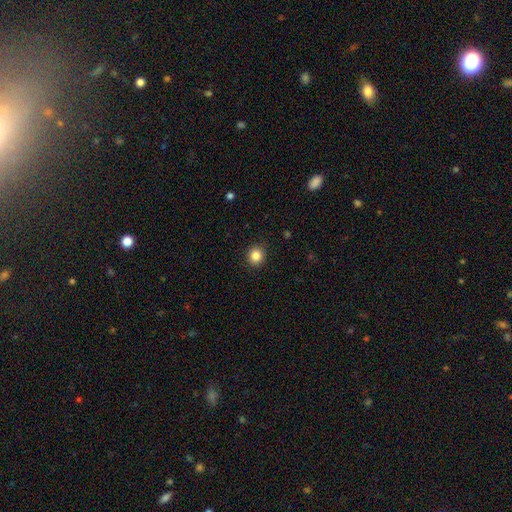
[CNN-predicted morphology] A smooth galaxy with no disk features (86%) that is round (86%).

Vote fractions:
- Smooth or featured? smooth: 86% / star or artifact: 10% / featured or disk: 4%
- How rounded? round: 86% / in between: 13% / cigar-shaped: 1%
- Merging? none: 91% / minor disturbance: 6% / major disturbance: 2% / merger: 1%